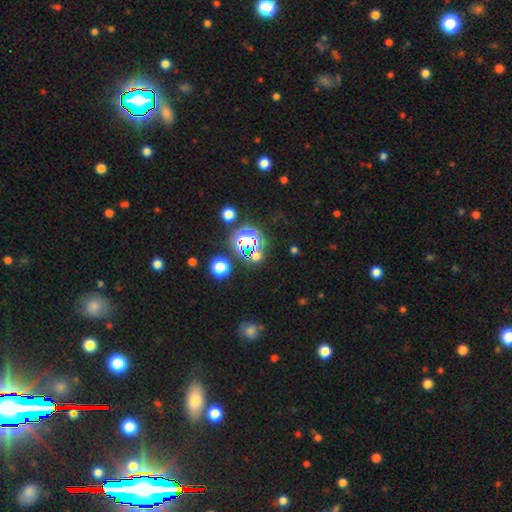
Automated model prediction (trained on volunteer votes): Smooth or featured: star or artifact — 70% (smooth — 21%)